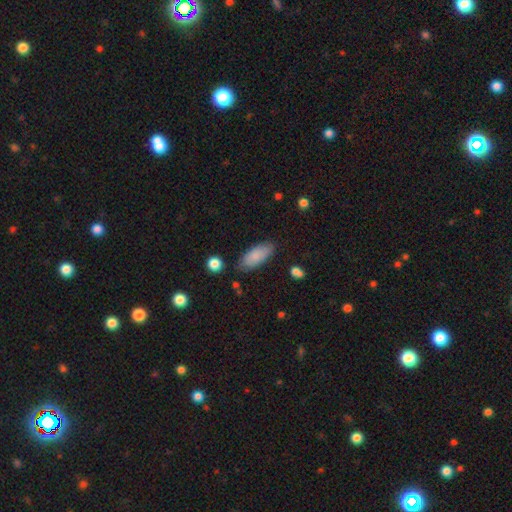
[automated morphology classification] Smooth or featured: smooth — 85% (featured or disk — 9%)
How rounded: in between — 81% (cigar-shaped — 17%)
Merging: none — 80% (minor disturbance — 15%)